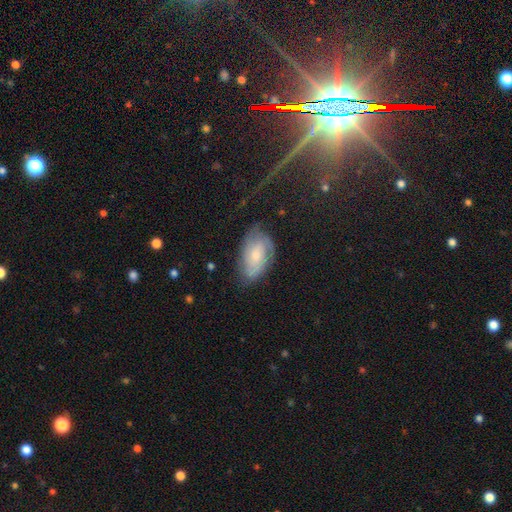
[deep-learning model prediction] Smooth or featured?
  - featured or disk: 58% *
  - smooth: 33%
  - star or artifact: 9%
Edge-on disk?
  - no: 95% *
  - yes: 5%
Bar?
  - no: 66% *
  - weak: 28%
  - strong: 6%
Spiral arms?
  - yes: 87% *
  - no: 13%
Bulge size?
  - small: 51% *
  - moderate: 39%
  - none: 5%
  - large: 4%
  - dominant: 1%
Merging?
  - none: 64% *
  - minor disturbance: 25%
  - major disturbance: 10%
  - merger: 2%